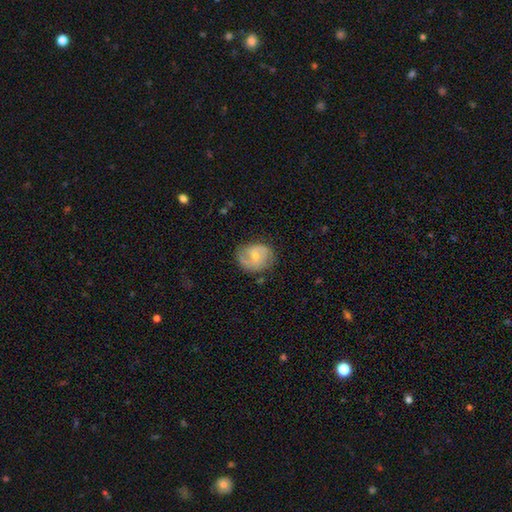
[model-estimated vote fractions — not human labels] smooth_or_featured: featured or disk (p=0.47) [alt: smooth p=0.46]
merging: none (p=0.58) [alt: minor disturbance p=0.27]